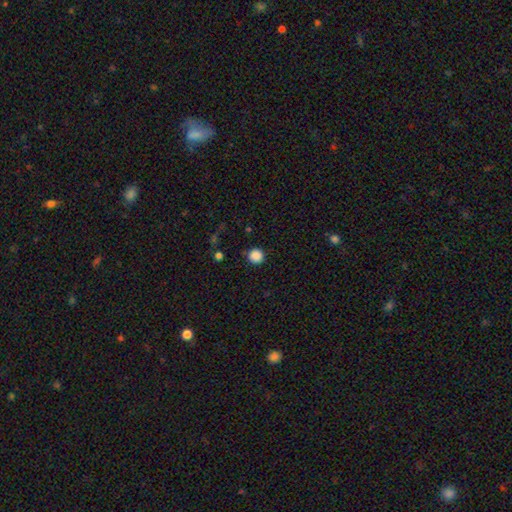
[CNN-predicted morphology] The model was most divided on "smooth or featured": smooth: 87%, star or artifact: 10%, featured or disk: 3%. More confident: how rounded — round (95%); merging — none (89%).